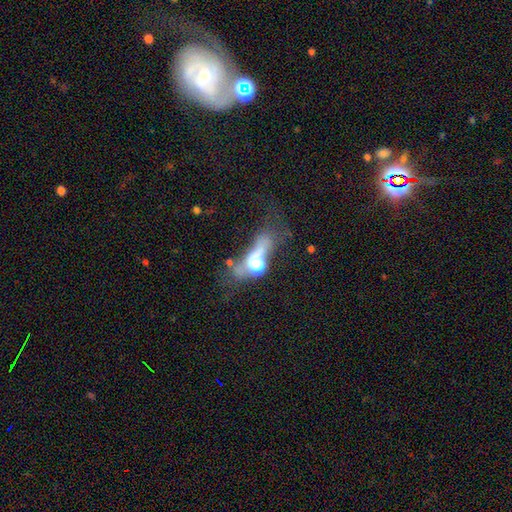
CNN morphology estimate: A smooth galaxy with no disk features (45%).

Vote fractions:
- Smooth or featured? smooth: 45% / featured or disk: 35% / star or artifact: 21%
- Merging? major disturbance: 40% / merger: 27% / none: 20% / minor disturbance: 13%